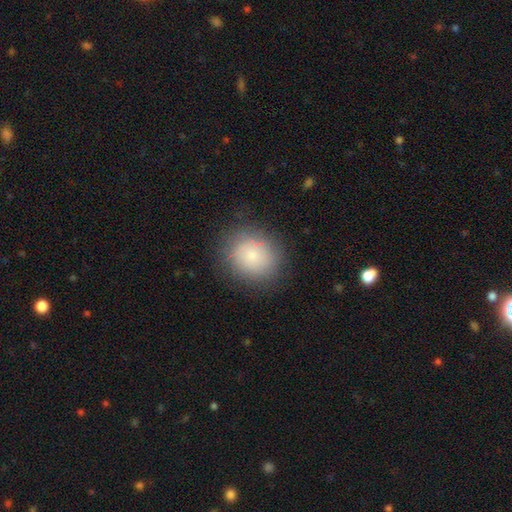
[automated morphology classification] A smooth galaxy with no disk features (76%) that is round (79%). Merging: none (84%).